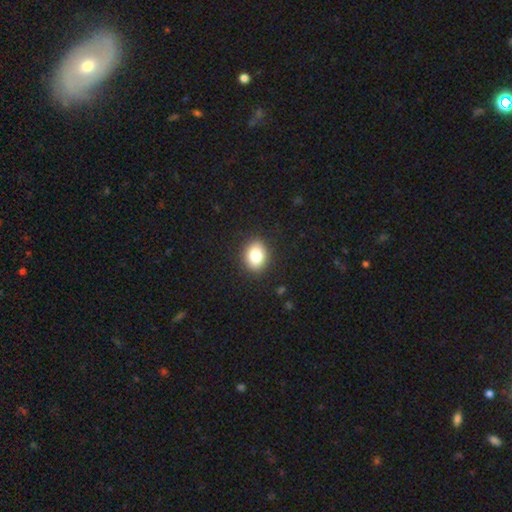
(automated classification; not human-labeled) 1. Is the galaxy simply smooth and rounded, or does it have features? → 82% smooth, 9% star or artifact, 8% featured or disk.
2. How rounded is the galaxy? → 56% in between, 43% round, 1% cigar-shaped.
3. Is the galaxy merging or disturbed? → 89% none, 8% minor disturbance, 2% major disturbance, 1% merger.